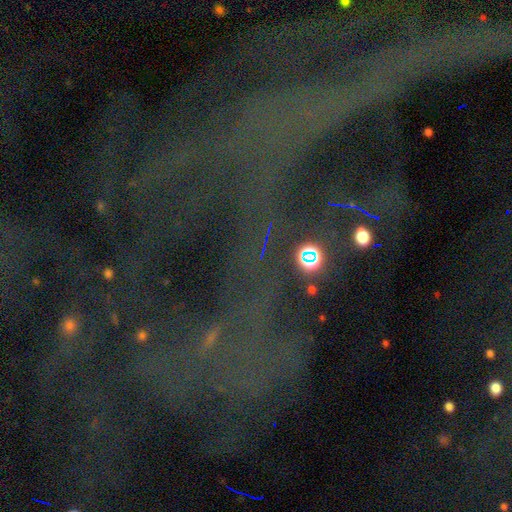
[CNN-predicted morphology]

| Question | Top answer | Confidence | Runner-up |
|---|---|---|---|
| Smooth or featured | star or artifact | 76% | featured or disk (15%) |